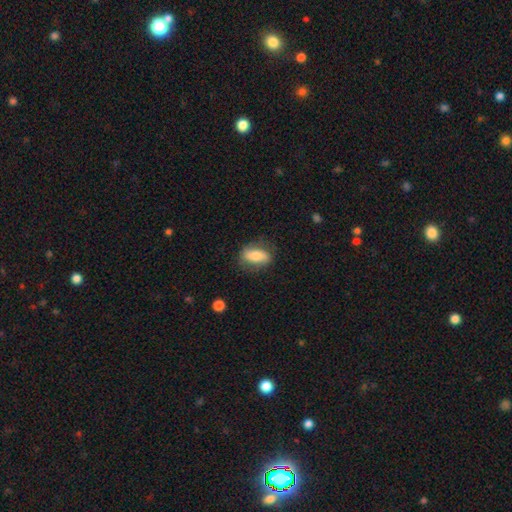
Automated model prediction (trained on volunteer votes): Smooth or featured? Predicted: smooth (p=0.66). How rounded? Predicted: in between (p=0.80). Merging? Predicted: none (p=0.75).